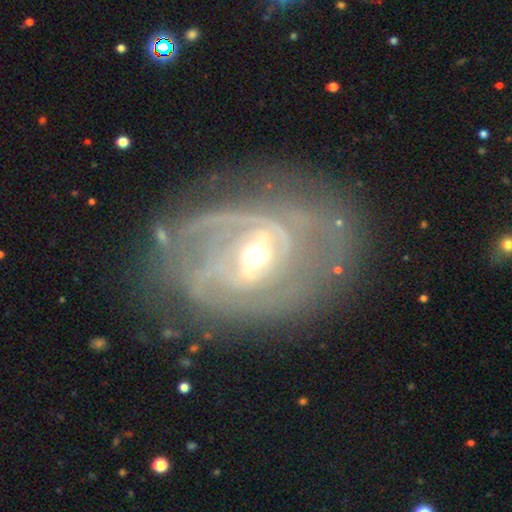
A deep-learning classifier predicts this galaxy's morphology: type=featured or disk (86%); edge-on=no (95%); bar=weak (45%); spiral arms=yes (88%); winding=tight (58%); arm count=can't tell (36%); bulge=moderate (63%); merging=none (60%).